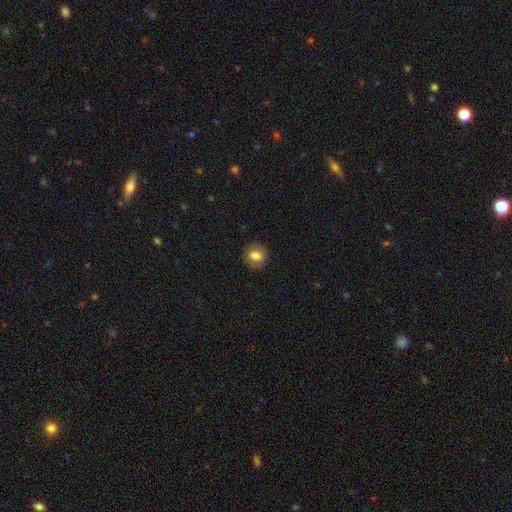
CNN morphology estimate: Smooth or featured?
  - smooth: 76% *
  - featured or disk: 15%
  - star or artifact: 9%
How rounded?
  - round: 77% *
  - in between: 22%
  - cigar-shaped: 1%
Merging?
  - none: 87% *
  - minor disturbance: 10%
  - major disturbance: 3%
  - merger: 1%